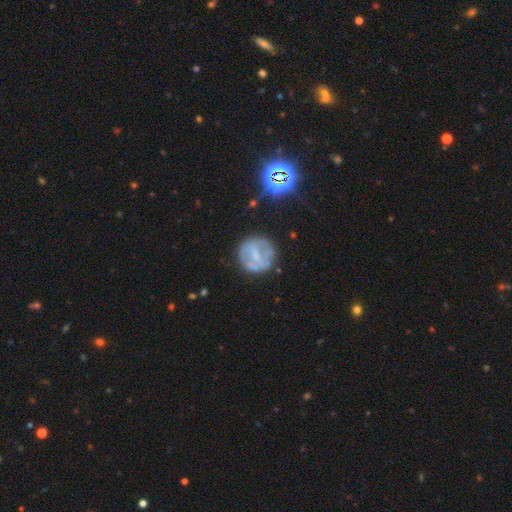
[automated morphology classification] A featured or disk galaxy (55%) with no bar (46%), no spiral arms (67%) and no central bulge (37%).

Vote fractions:
- Smooth or featured? featured or disk: 55% / smooth: 34% / star or artifact: 11%
- Edge-on disk? no: 97% / yes: 3%
- Bar? no: 46% / weak: 37% / strong: 17%
- Spiral arms? no: 67% / yes: 33%
- Bulge size? none: 37% / small: 32% / moderate: 26% / large: 3% / dominant: 1%
- Merging? none: 70% / minor disturbance: 18% / major disturbance: 9% / merger: 3%